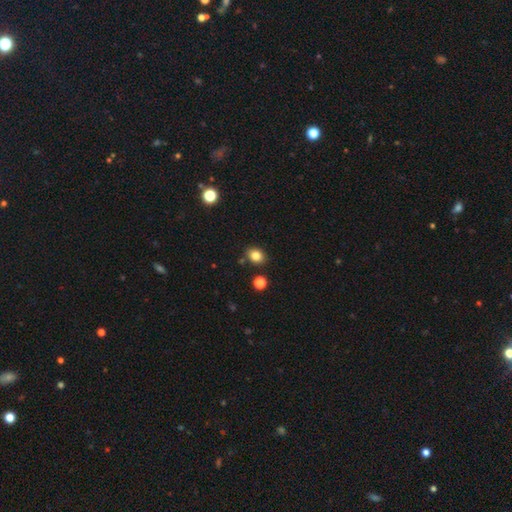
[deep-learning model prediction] smooth-or-featured: smooth: 83% | star or artifact: 11% | featured or disk: 5%
  how-rounded: in between: 51% | round: 48% | cigar-shaped: 1%
  merging: none: 84% | minor disturbance: 10% | merger: 4% | major disturbance: 2%